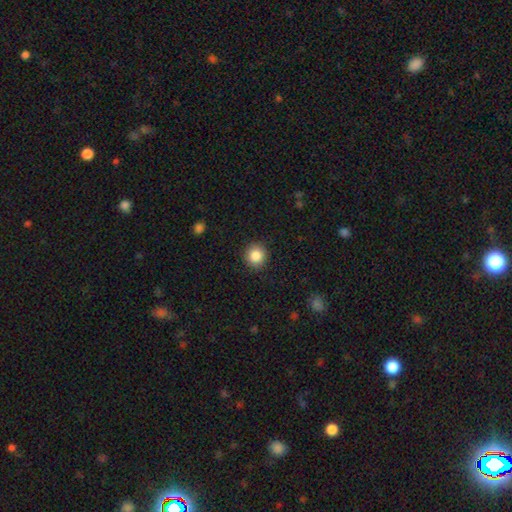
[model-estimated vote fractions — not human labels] Q: Smooth or featured?
A: smooth (86%); runner-up: star or artifact (9%)
Q: How rounded?
A: round (92%); runner-up: in between (7%)
Q: Merging?
A: none (91%); runner-up: minor disturbance (6%)